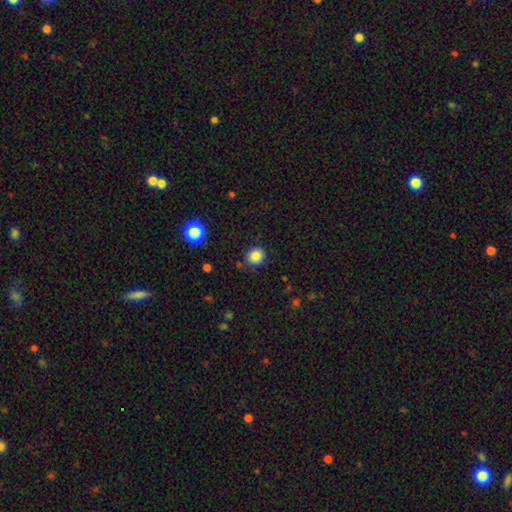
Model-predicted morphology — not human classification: A smooth galaxy with no disk features (84%) that is round (86%). Merging: none (87%).